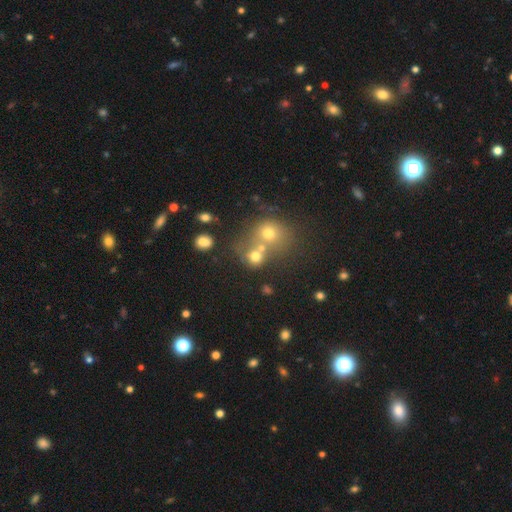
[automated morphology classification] This is likely a smooth galaxy (66%). How rounded: likely round (75%). Merging: possibly merger (50%).